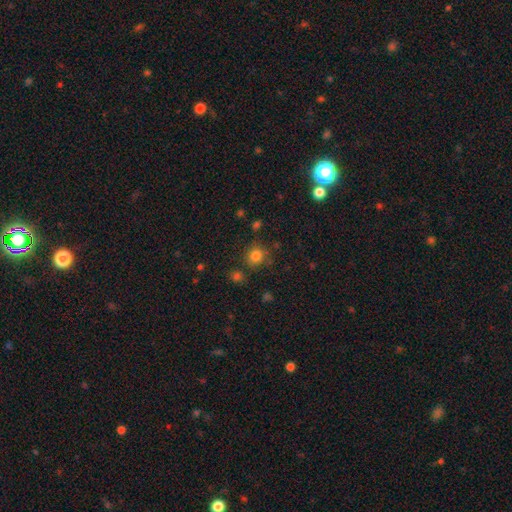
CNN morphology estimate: smooth 81%, star or artifact 13%, featured or disk 6%. Down the decision tree: how rounded — round (85%); merging — none (77%).